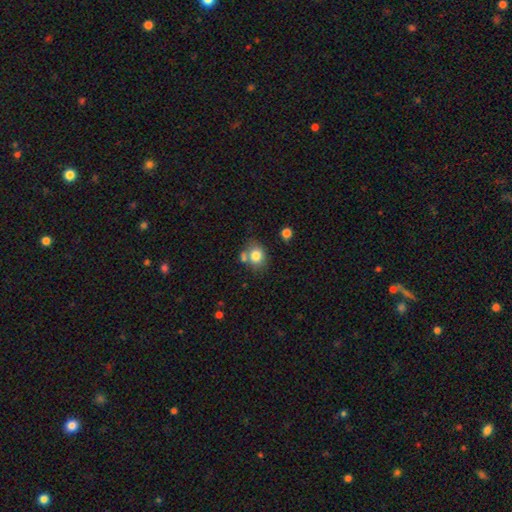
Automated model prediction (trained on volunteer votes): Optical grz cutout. It shows a smooth galaxy with no disk features (79%) that is round (61%). Merging: none (58%).